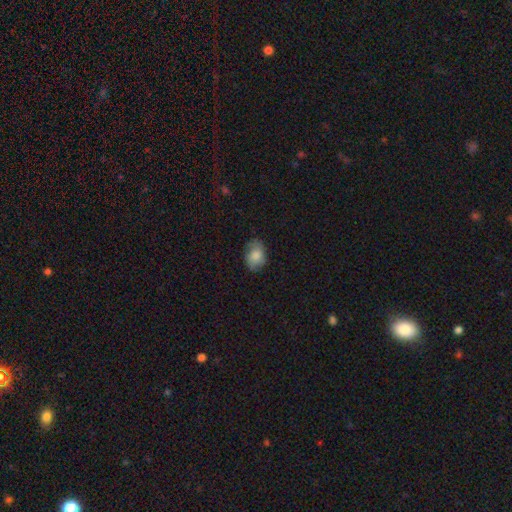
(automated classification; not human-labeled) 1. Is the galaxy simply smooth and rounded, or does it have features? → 78% smooth, 15% featured or disk, 7% star or artifact.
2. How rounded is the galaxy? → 74% in between, 25% round, 1% cigar-shaped.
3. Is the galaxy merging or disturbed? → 72% none, 22% minor disturbance, 5% major disturbance, 1% merger.